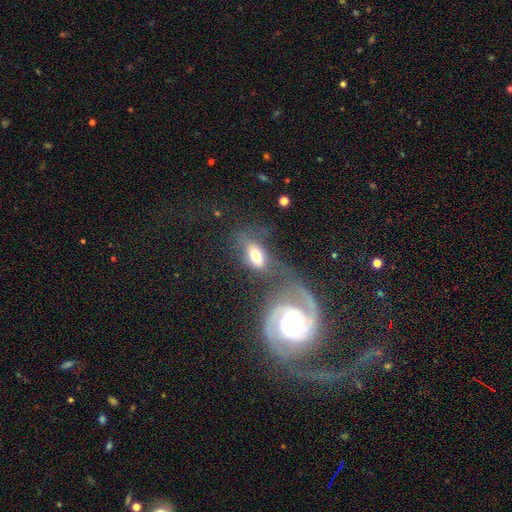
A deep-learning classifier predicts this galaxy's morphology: type=smooth (59%); roundness=in between (85%); merging=merger (36%).